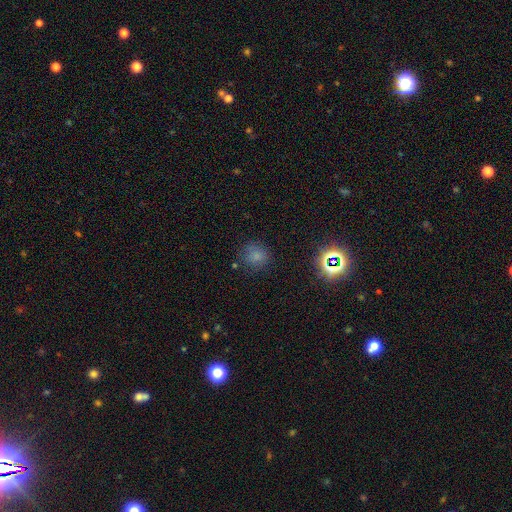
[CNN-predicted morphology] Q: Smooth or featured?
A: smooth (74%); runner-up: star or artifact (20%)
Q: How rounded?
A: round (85%); runner-up: in between (14%)
Q: Merging?
A: none (77%); runner-up: minor disturbance (15%)